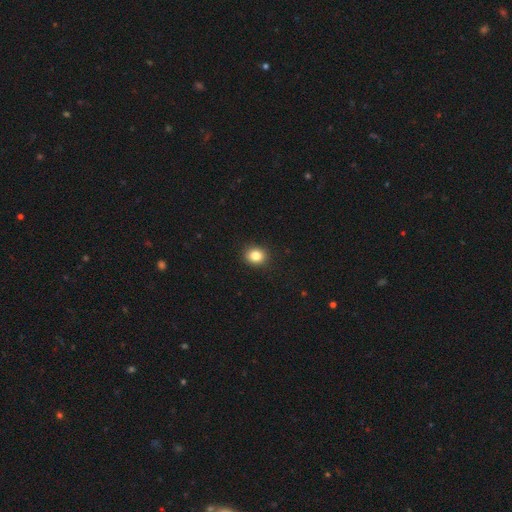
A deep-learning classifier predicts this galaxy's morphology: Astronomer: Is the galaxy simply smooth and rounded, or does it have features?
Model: smooth — 84%.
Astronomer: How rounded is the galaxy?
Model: round — 70%.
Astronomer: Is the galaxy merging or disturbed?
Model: none — 91%.